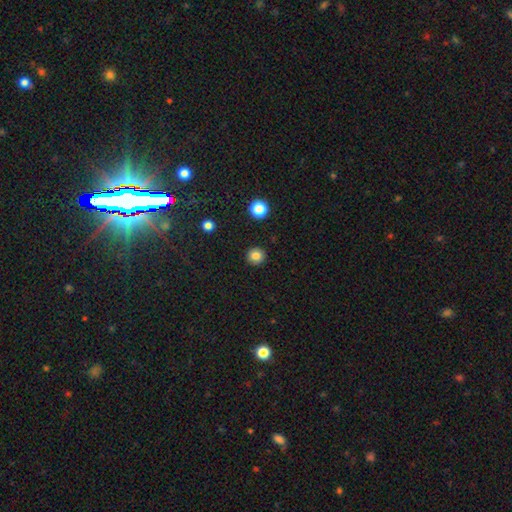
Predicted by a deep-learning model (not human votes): Morphology: type=smooth (83%); roundness=round (94%); merging=none (92%).